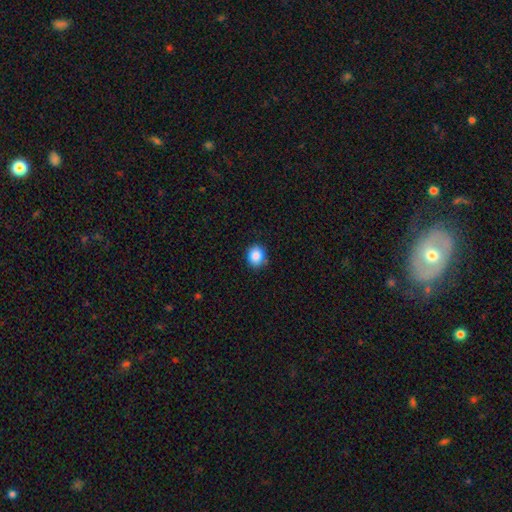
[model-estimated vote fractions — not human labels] Smooth or featured: smooth — 87% (star or artifact — 9%)
How rounded: round — 69% (in between — 30%)
Merging: none — 83% (minor disturbance — 12%)